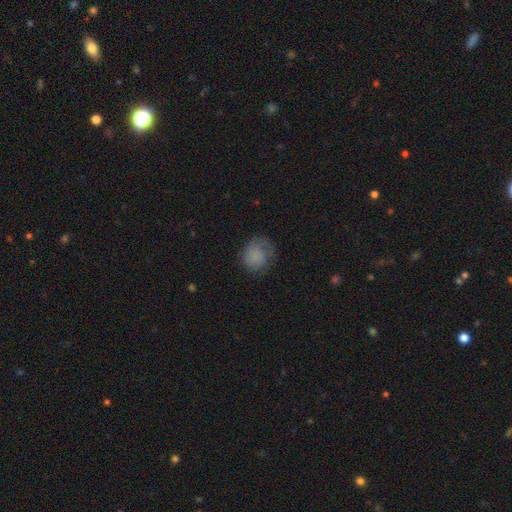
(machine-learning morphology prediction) Smooth or featured?
  - smooth: 71% *
  - featured or disk: 20%
  - star or artifact: 9%
How rounded?
  - round: 77% *
  - in between: 22%
  - cigar-shaped: 1%
Merging?
  - none: 60% *
  - minor disturbance: 24%
  - major disturbance: 15%
  - merger: 1%